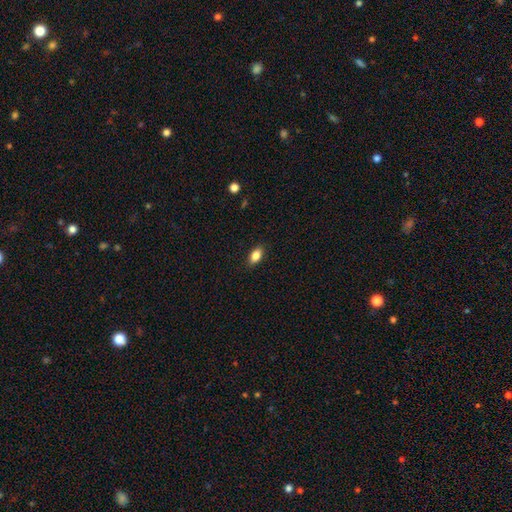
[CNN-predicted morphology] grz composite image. It shows a smooth galaxy with no disk features (85%) that is in between round and cigar-shaped (89%). Merging: none (88%).